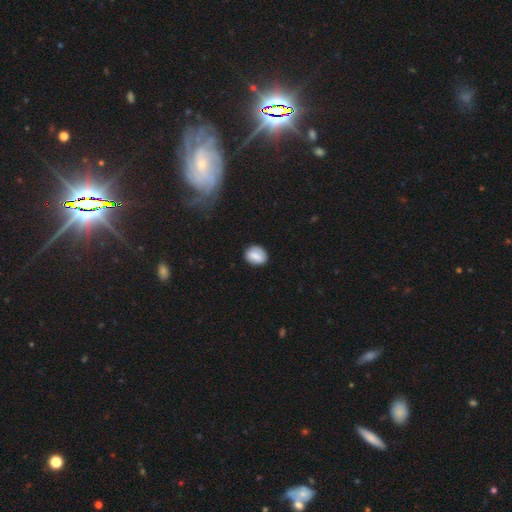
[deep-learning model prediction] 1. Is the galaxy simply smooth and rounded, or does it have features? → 78% smooth, 14% featured or disk, 8% star or artifact.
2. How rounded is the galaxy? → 52% in between, 47% round, 2% cigar-shaped.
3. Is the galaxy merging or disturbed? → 83% none, 13% minor disturbance, 3% major disturbance, 1% merger.